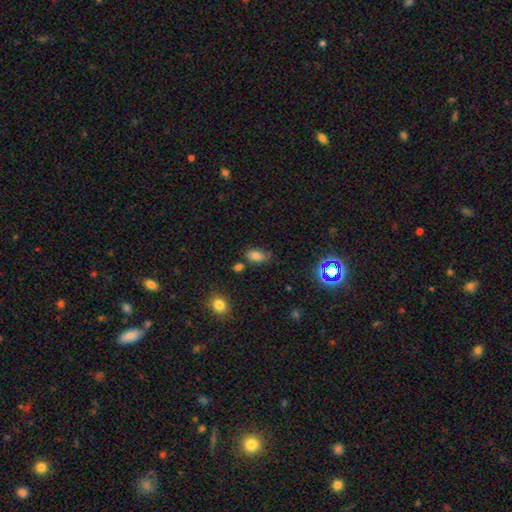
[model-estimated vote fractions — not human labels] Morphology: type=smooth (74%); roundness=in between (88%); merging=none (54%).